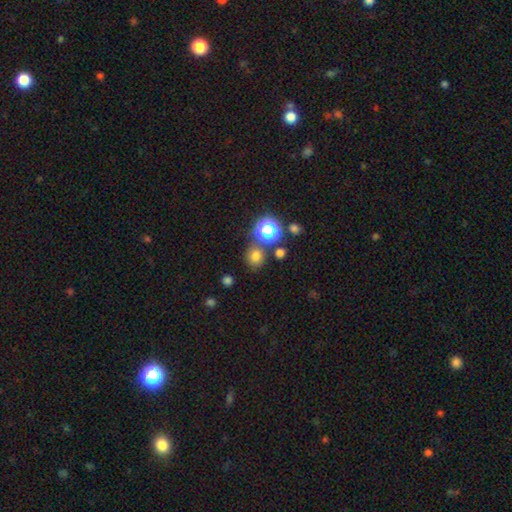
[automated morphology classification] The model was most divided on "smooth or featured": smooth: 71%, star or artifact: 23%, featured or disk: 7%. More confident: how rounded — round (82%); merging — none (75%).